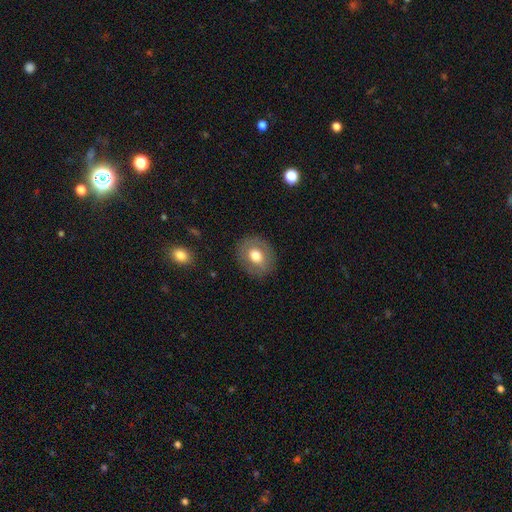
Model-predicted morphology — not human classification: smooth-or-featured: smooth: 66% | featured or disk: 26% | star or artifact: 8%
  how-rounded: round: 63% | in between: 36% | cigar-shaped: 1%
  merging: none: 86% | minor disturbance: 10% | major disturbance: 4% | merger: 1%